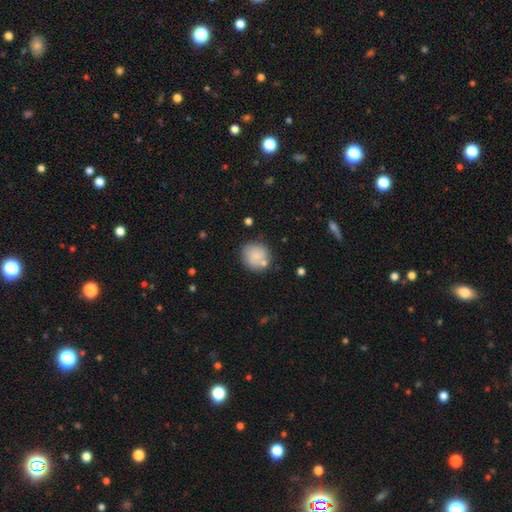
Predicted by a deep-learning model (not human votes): Smooth or featured? Predicted: smooth (p=0.81). How rounded? Predicted: round (p=0.87). Merging? Predicted: none (p=0.70).